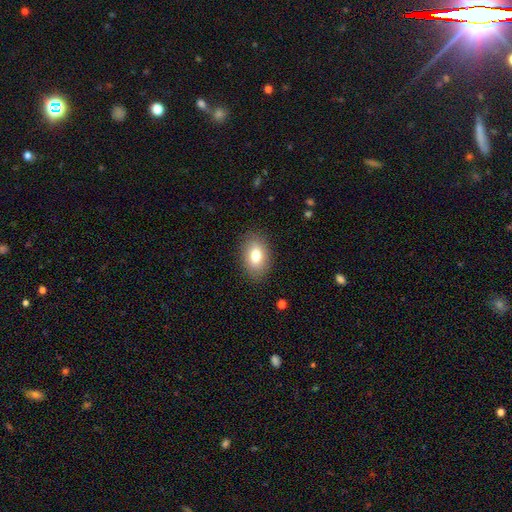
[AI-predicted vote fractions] The model was most divided on "smooth or featured": smooth: 79%, featured or disk: 13%, star or artifact: 8%. More confident: how rounded — in between (87%); merging — none (86%).